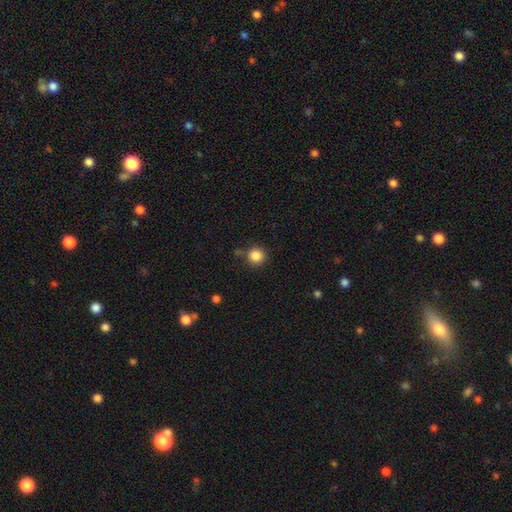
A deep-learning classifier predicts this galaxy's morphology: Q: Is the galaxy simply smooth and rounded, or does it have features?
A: smooth — 86%.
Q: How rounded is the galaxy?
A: round — 93%.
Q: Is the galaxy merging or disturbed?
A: none — 82%.